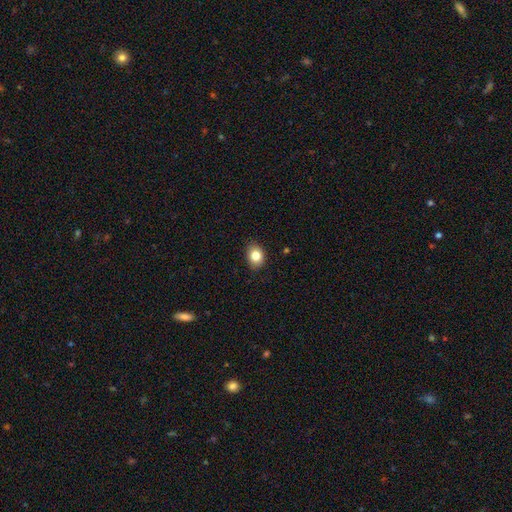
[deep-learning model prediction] A smooth galaxy with no disk features (82%) that is in between round and cigar-shaped (58%).

Vote fractions:
- Smooth or featured? smooth: 82% / star or artifact: 10% / featured or disk: 8%
- How rounded? in between: 58% / round: 41% / cigar-shaped: 1%
- Merging? none: 84% / minor disturbance: 13% / major disturbance: 2% / merger: 1%